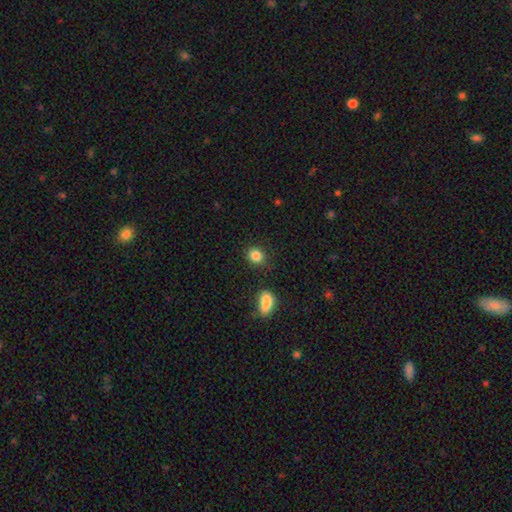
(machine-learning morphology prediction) Smooth or featured? Predicted: smooth (p=0.86). How rounded? Predicted: round (p=0.73). Merging? Predicted: none (p=0.85).